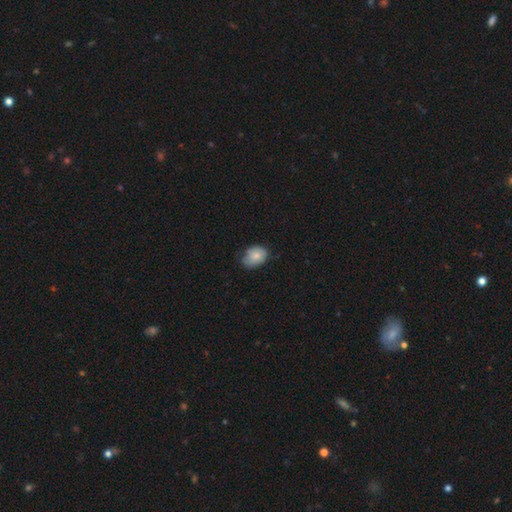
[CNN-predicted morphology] smooth 81%, featured or disk 12%, star or artifact 7%. Down the decision tree: how rounded — in between (72%); merging — none (61%).